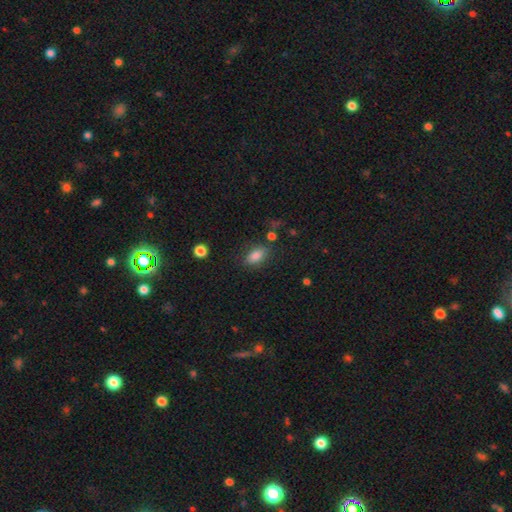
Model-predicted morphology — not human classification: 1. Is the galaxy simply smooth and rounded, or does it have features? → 83% smooth, 10% star or artifact, 7% featured or disk.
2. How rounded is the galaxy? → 86% in between, 7% round, 7% cigar-shaped.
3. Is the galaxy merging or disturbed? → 77% none, 15% minor disturbance, 5% major disturbance, 4% merger.